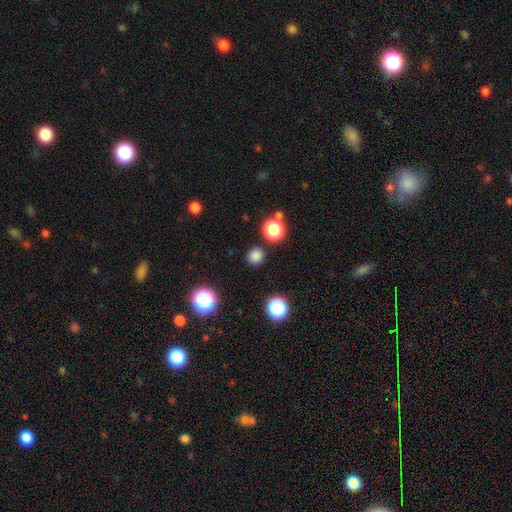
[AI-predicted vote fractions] This appears to be a smooth galaxy with no disk features (79%) that is round (90%). Merging: none (88%).